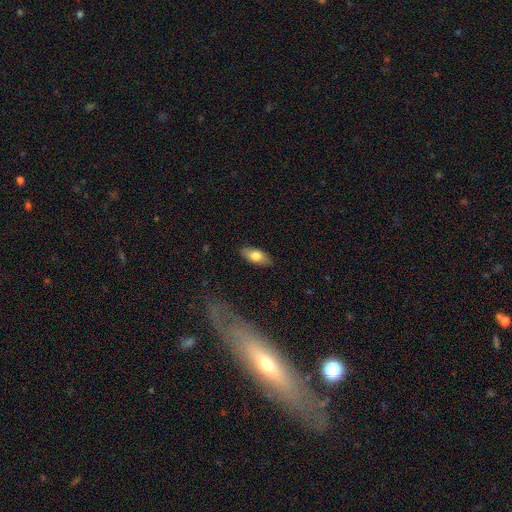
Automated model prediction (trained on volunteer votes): smooth 73%, featured or disk 20%, star or artifact 6%. Down the decision tree: how rounded — in between (83%); merging — none (87%).